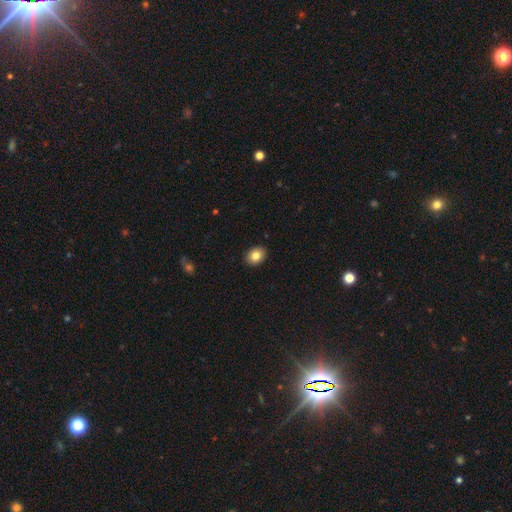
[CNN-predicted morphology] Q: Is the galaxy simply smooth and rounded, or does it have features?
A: smooth — 84%.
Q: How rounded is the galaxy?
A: in between — 61%.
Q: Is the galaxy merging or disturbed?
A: none — 91%.